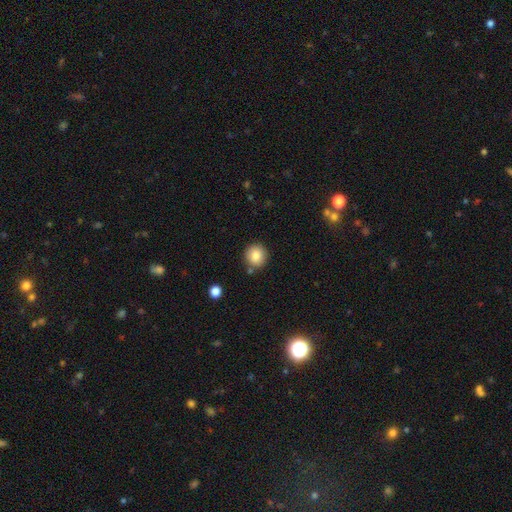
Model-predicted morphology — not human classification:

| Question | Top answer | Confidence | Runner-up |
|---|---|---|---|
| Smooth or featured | smooth | 84% | star or artifact (9%) |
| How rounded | round | 93% | in between (6%) |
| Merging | none | 84% | minor disturbance (8%) |